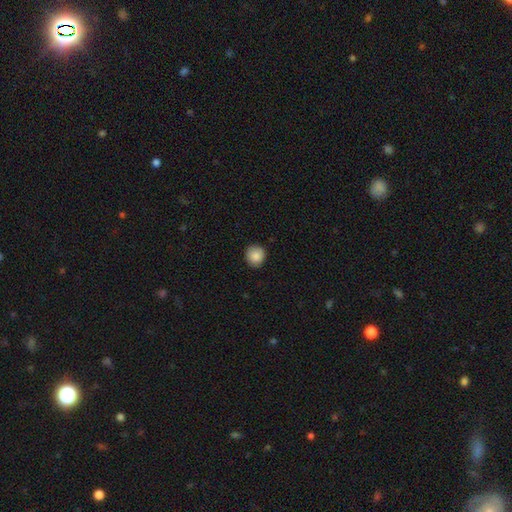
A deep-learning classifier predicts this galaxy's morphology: type=smooth (88%); roundness=round (90%); merging=none (90%).